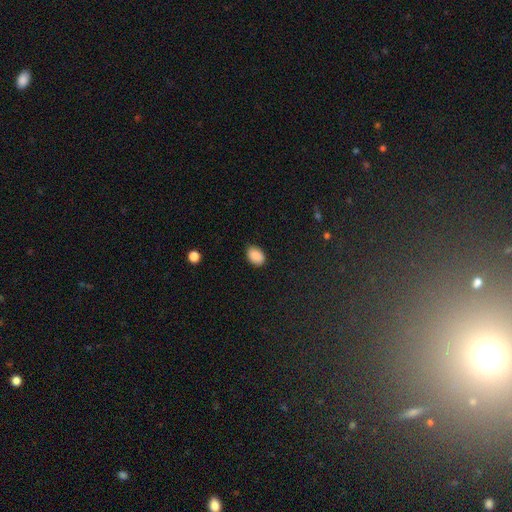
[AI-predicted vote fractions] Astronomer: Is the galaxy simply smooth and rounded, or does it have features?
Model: smooth — 89%.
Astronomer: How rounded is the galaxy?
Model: in between — 80%.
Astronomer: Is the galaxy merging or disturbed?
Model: none — 83%.